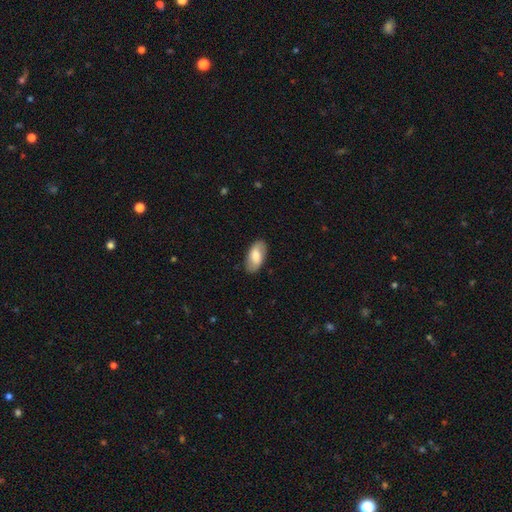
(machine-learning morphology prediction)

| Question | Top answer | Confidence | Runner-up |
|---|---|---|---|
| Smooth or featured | smooth | 66% | featured or disk (28%) |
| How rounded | in between | 94% | cigar-shaped (3%) |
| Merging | none | 85% | minor disturbance (11%) |